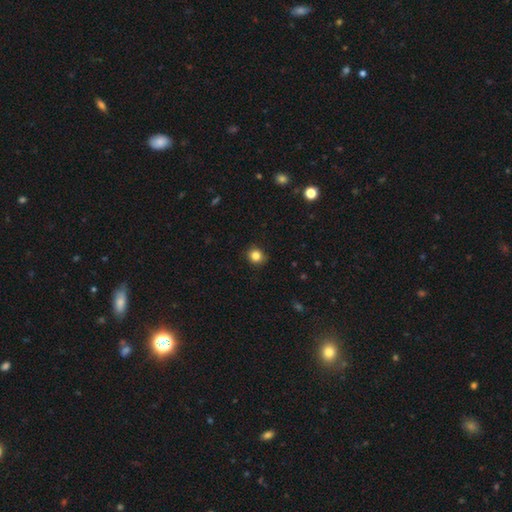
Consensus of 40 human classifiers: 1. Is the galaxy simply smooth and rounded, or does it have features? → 92% smooth, 8% star or artifact, 0% featured or disk.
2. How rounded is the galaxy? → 65% round, 35% in between, 0% cigar-shaped.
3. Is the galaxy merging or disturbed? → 73% none, 22% minor disturbance, 3% major disturbance, 3% merger.